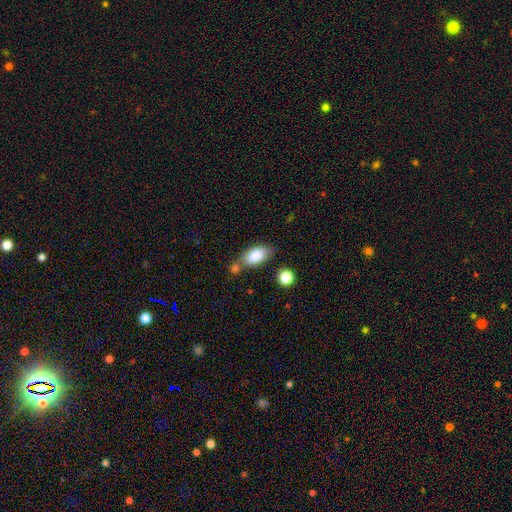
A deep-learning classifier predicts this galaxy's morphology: A smooth galaxy with no disk features (83%) that is in between round and cigar-shaped (90%).

Vote fractions:
- Smooth or featured? smooth: 83% / featured or disk: 10% / star or artifact: 7%
- How rounded? in between: 90% / cigar-shaped: 5% / round: 5%
- Merging? none: 59% / merger: 18% / minor disturbance: 18% / major disturbance: 5%